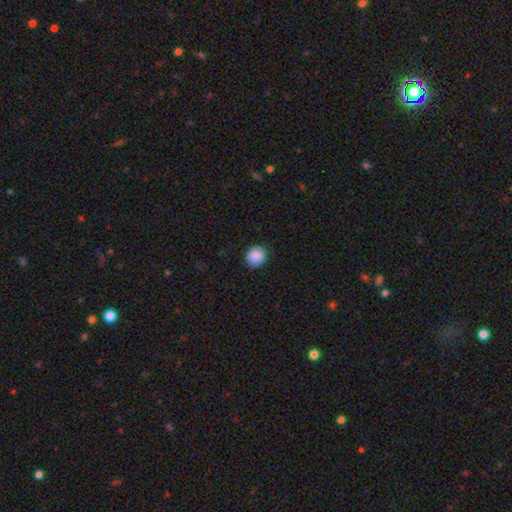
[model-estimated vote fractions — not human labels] Q: Smooth or featured?
A: smooth (88%); runner-up: star or artifact (8%)
Q: How rounded?
A: round (73%); runner-up: in between (26%)
Q: Merging?
A: none (85%); runner-up: minor disturbance (11%)